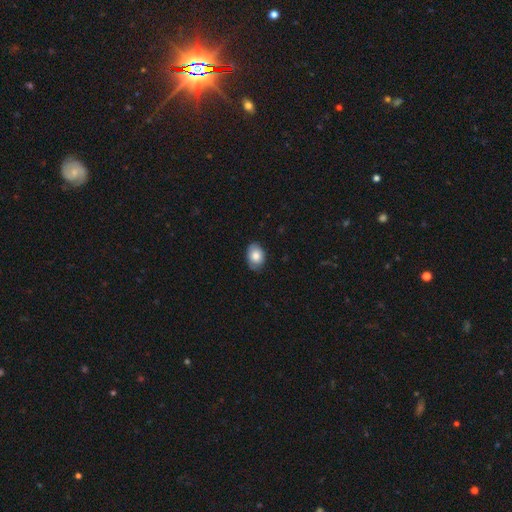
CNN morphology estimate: A smooth galaxy with no disk features (79%) that is in between round and cigar-shaped (75%). Merging: none (75%).